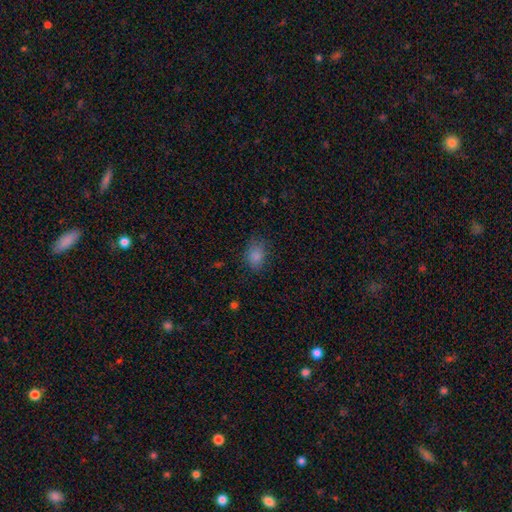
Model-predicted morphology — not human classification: type=smooth (83%); roundness=in between (70%); merging=none (75%).